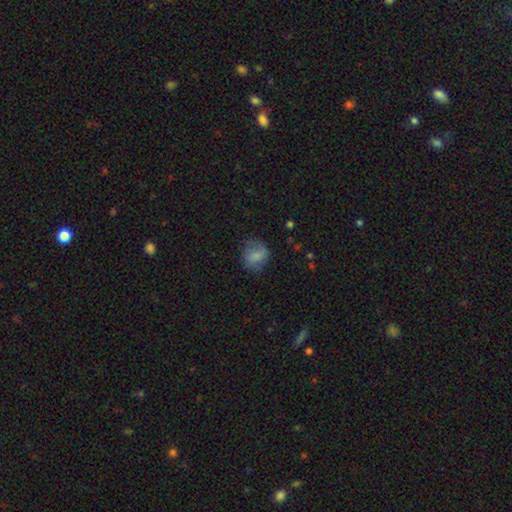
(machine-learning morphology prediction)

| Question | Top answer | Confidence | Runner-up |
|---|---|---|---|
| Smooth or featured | smooth | 66% | featured or disk (25%) |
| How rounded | round | 67% | in between (32%) |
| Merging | none | 62% | minor disturbance (24%) |